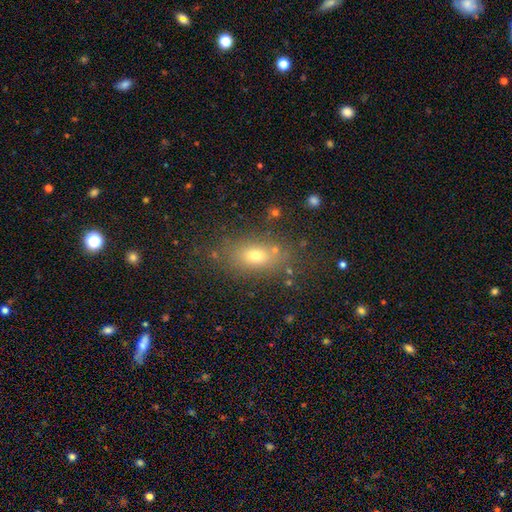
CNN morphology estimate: This appears to be a smooth galaxy with no disk features (70%) that is in between round and cigar-shaped (78%). Merging: none (76%).